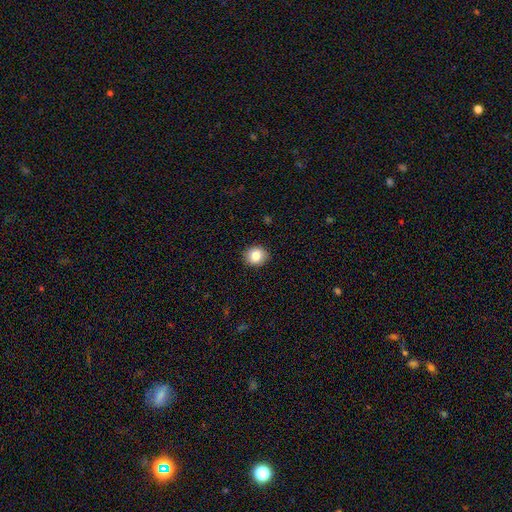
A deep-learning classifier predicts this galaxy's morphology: The model was most divided on "how rounded": round: 79%, in between: 20%, cigar-shaped: 1%. More confident: merging — none (91%); smooth or featured — smooth (83%).